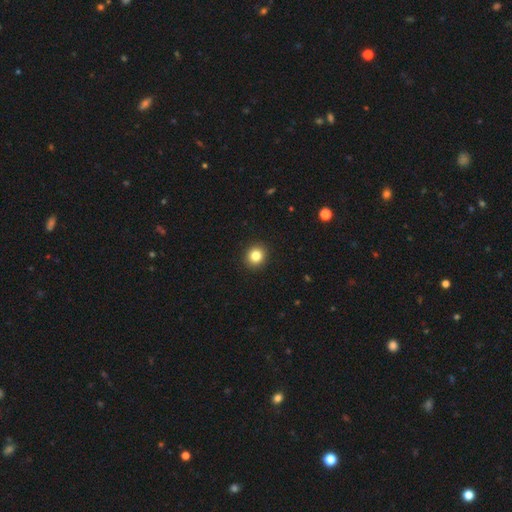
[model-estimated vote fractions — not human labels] Overall: smooth (83%). How rounded: round (86%). Merging: none (93%).